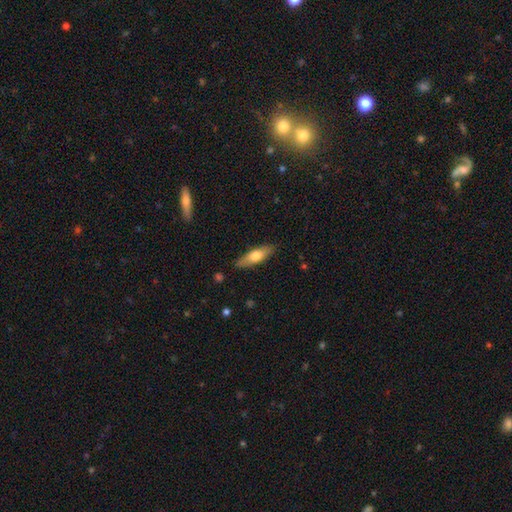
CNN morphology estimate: Smooth or featured: smooth — 58% (featured or disk — 36%)
How rounded: cigar-shaped — 56% (in between — 42%)
Merging: none — 86% (minor disturbance — 10%)